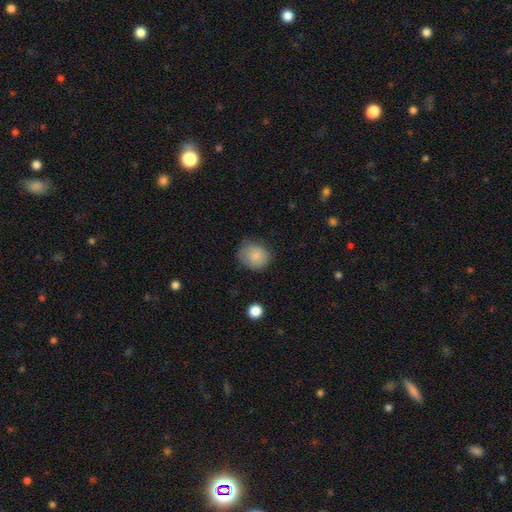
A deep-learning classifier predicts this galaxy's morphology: smooth_or_featured: smooth (p=0.85) [alt: star or artifact p=0.08]
how_rounded: round (p=0.70) [alt: in between p=0.29]
merging: none (p=0.66) [alt: minor disturbance p=0.25]